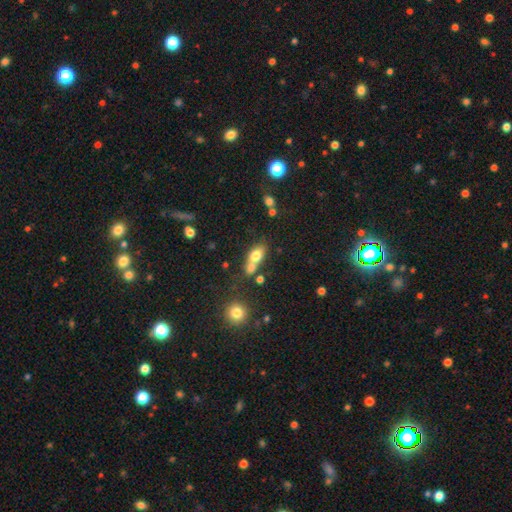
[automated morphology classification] This is likely a smooth galaxy (75%). How rounded: likely in between (75%). Merging: possibly merger (46%).